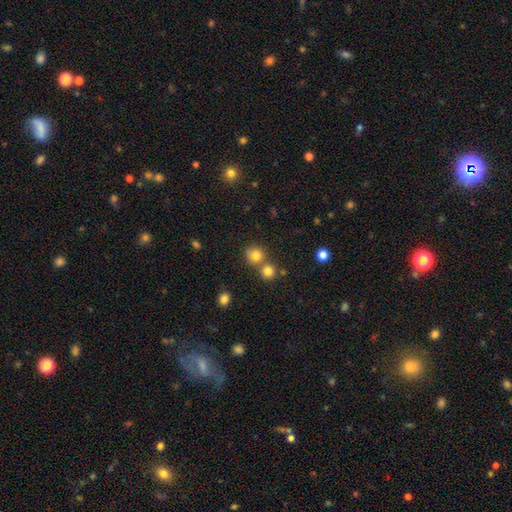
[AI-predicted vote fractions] This appears to be a smooth galaxy with no disk features (80%) that is round (89%). Merging: none (63%).